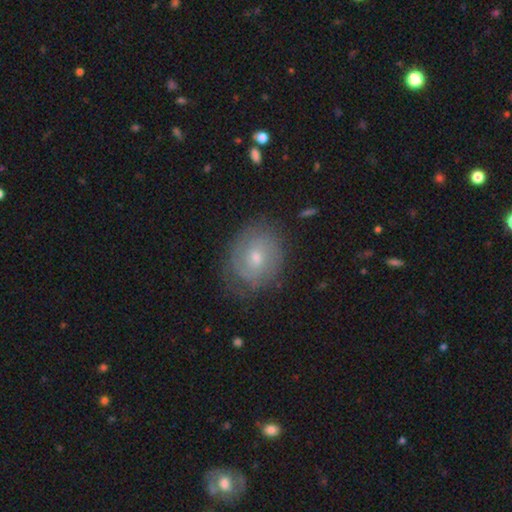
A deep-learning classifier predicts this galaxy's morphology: This is likely a featured or disk galaxy (60%). It is clearly not viewed edge-on (96%). Bar: likely no (60%). Spiral arm pattern: clearly yes (80%). Central bulge: possibly small (48%). Merging: likely none (75%).